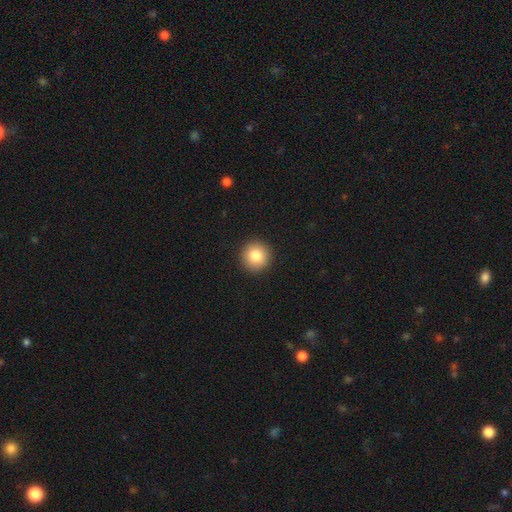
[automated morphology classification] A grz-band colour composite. It shows a smooth galaxy with no disk features (83%) that is round (95%). Merging: none (93%).